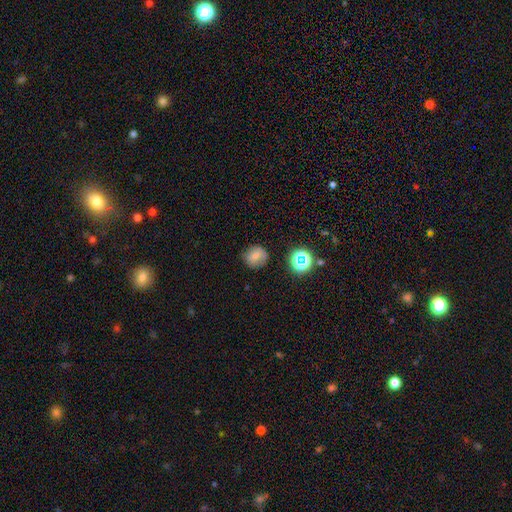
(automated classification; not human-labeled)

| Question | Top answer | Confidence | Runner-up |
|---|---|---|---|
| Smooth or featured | smooth | 69% | star or artifact (17%) |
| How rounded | round | 88% | in between (11%) |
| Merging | none | 82% | minor disturbance (12%) |